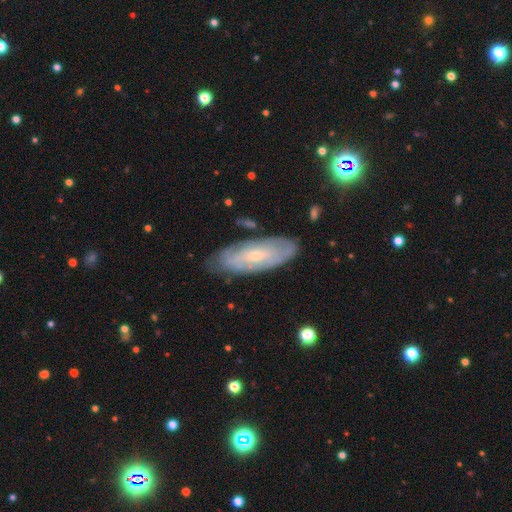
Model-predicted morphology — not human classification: featured or disk 68%, smooth 25%, star or artifact 7%. Down the decision tree: edge-on disk — no (83%); bar — no (55%); spiral arms — yes (72%); bulge size — small (71%); merging — none (78%).